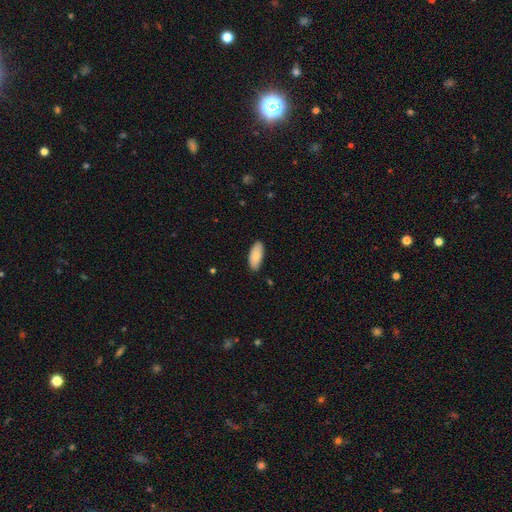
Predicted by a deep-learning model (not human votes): Q: Smooth or featured?
A: smooth (87%); runner-up: featured or disk (8%)
Q: How rounded?
A: in between (86%); runner-up: cigar-shaped (13%)
Q: Merging?
A: none (86%); runner-up: minor disturbance (11%)